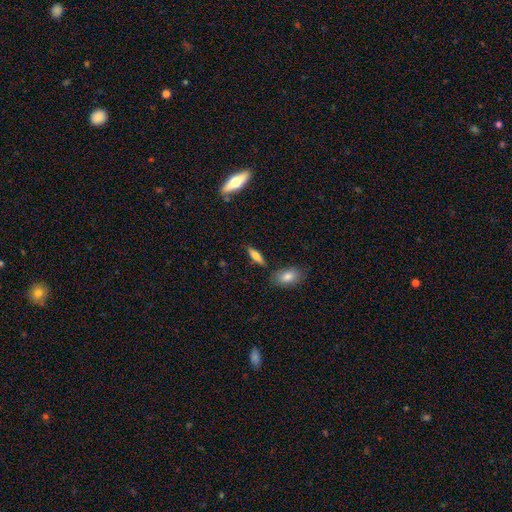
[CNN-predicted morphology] Smooth or featured: smooth — 68% (featured or disk — 24%)
How rounded: in between — 51% (cigar-shaped — 46%)
Merging: none — 79% (minor disturbance — 12%)